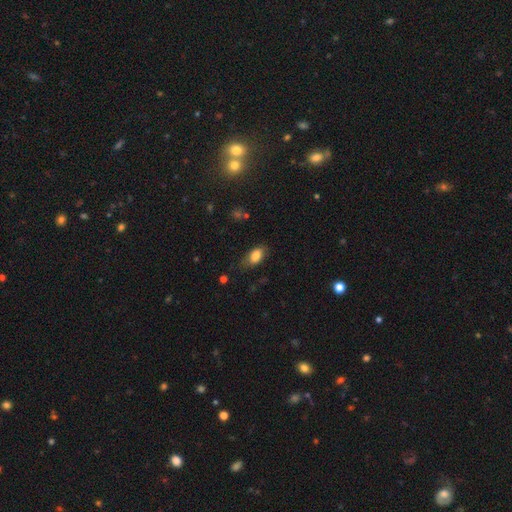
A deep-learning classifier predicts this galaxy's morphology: A smooth galaxy with no disk features (82%) that is in between round and cigar-shaped (89%).

Vote fractions:
- Smooth or featured? smooth: 82% / featured or disk: 11% / star or artifact: 8%
- How rounded? in between: 89% / round: 6% / cigar-shaped: 5%
- Merging? none: 68% / minor disturbance: 24% / major disturbance: 7% / merger: 2%